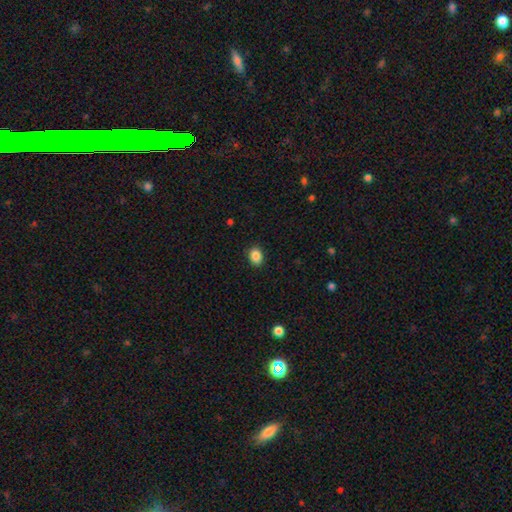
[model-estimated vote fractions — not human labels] smooth 87%, star or artifact 9%, featured or disk 4%. Down the decision tree: how rounded — in between (64%); merging — none (90%).